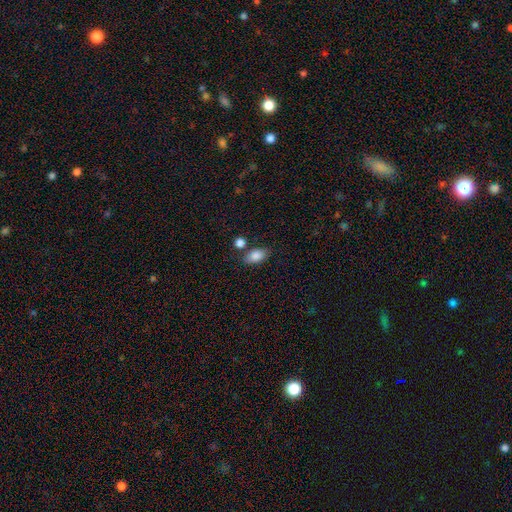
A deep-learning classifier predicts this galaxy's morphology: This is clearly a smooth galaxy (85%). How rounded: clearly in between (89%). Merging: likely none (71%).